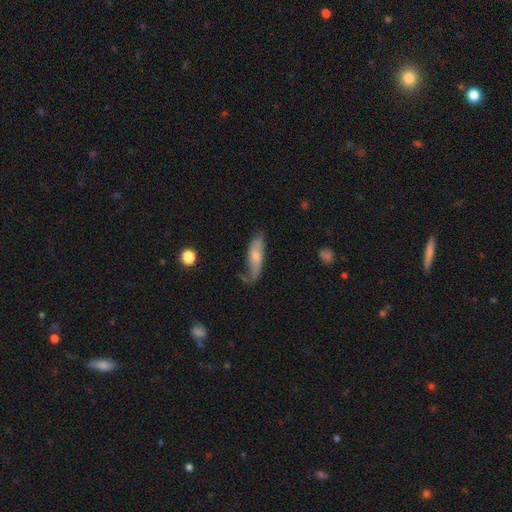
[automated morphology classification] This appears to be a smooth galaxy with no disk features (53%) that is cigar-shaped (49%). Merging: none (50%).